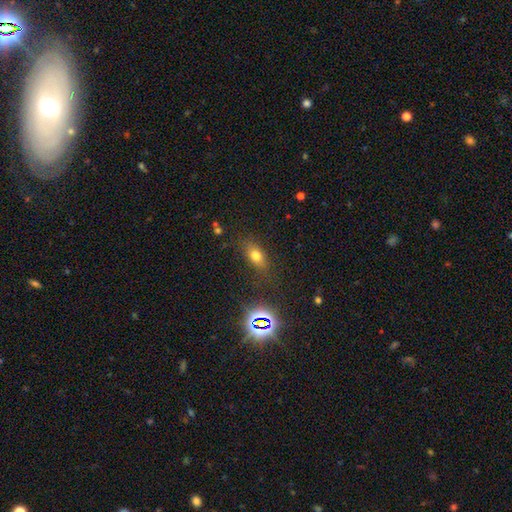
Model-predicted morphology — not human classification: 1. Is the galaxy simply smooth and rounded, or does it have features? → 68% smooth, 20% star or artifact, 12% featured or disk.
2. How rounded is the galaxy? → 74% in between, 18% round, 8% cigar-shaped.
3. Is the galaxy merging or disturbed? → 79% none, 13% minor disturbance, 5% major disturbance, 3% merger.